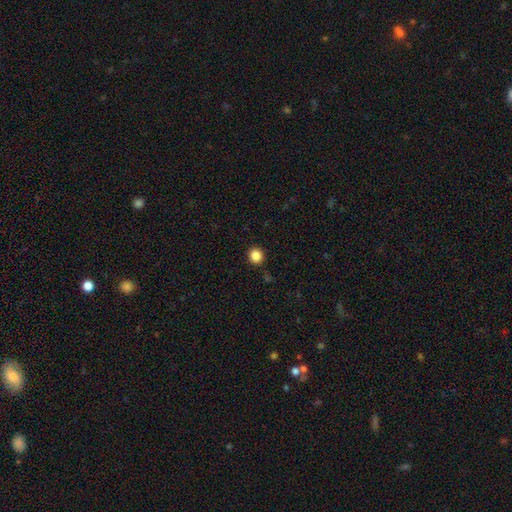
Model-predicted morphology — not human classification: smooth-or-featured: smooth: 86% | star or artifact: 11% | featured or disk: 3%
  how-rounded: round: 85% | in between: 14% | cigar-shaped: 1%
  merging: none: 90% | minor disturbance: 6% | major disturbance: 2% | merger: 2%